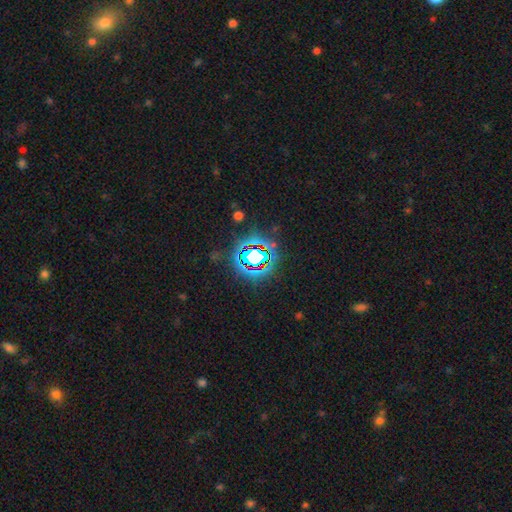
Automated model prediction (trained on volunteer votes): Smooth or featured? star or artifact (73%)